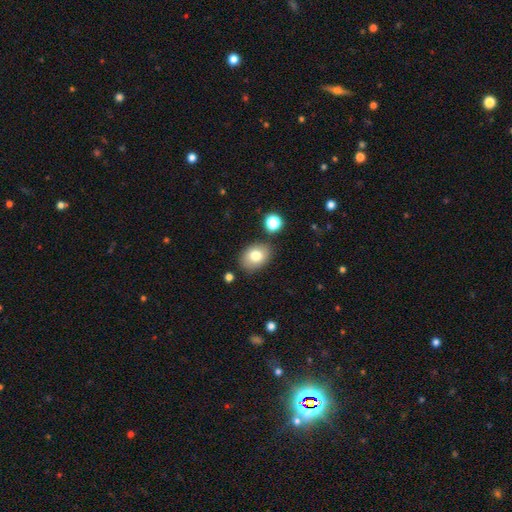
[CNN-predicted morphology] smooth 78%, featured or disk 13%, star or artifact 9%. Down the decision tree: how rounded — in between (73%); merging — none (80%).